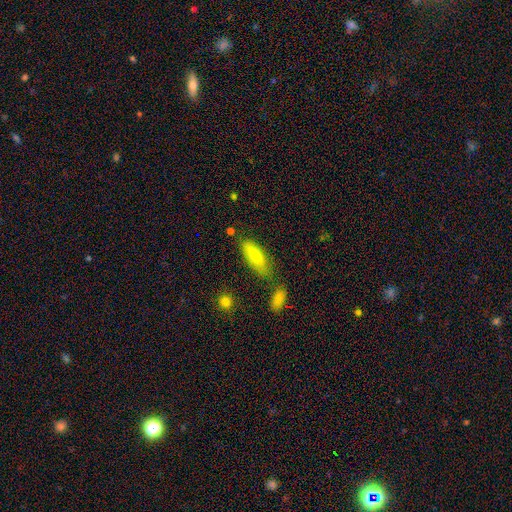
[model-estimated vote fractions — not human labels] Smooth or featured? smooth (71%)
How rounded? in between (62%)
Merging? none (71%)